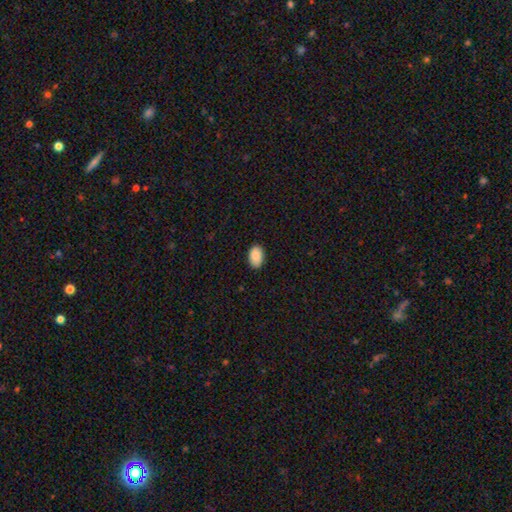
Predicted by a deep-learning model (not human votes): Overall: smooth (89%). How rounded: in between (91%). Merging: none (87%).